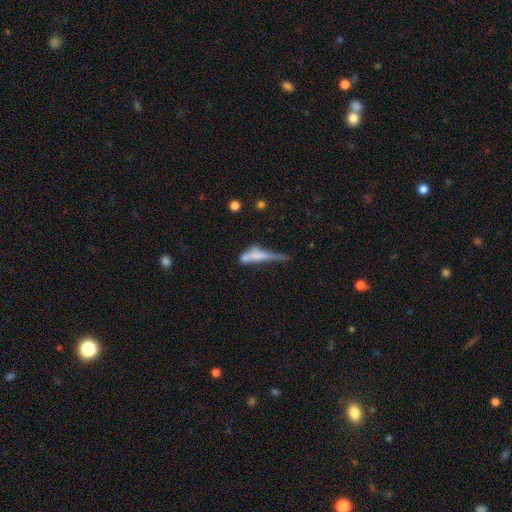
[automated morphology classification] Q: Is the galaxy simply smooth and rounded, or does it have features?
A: smooth — 54%.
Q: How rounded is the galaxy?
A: cigar-shaped — 77%.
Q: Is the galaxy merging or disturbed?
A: major disturbance — 29%.